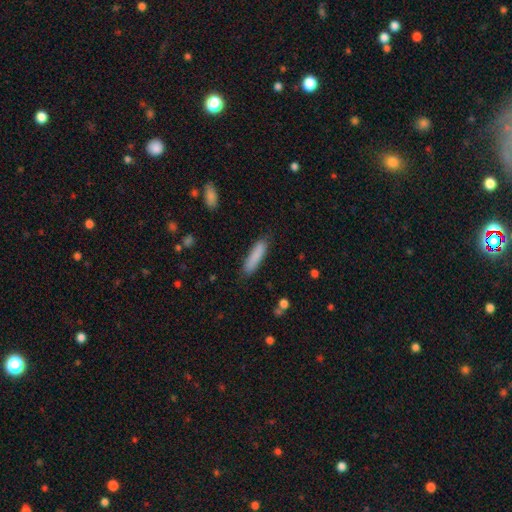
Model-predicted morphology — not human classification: This is clearly a smooth galaxy (85%). How rounded: likely cigar-shaped (80%). Merging: clearly none (85%).